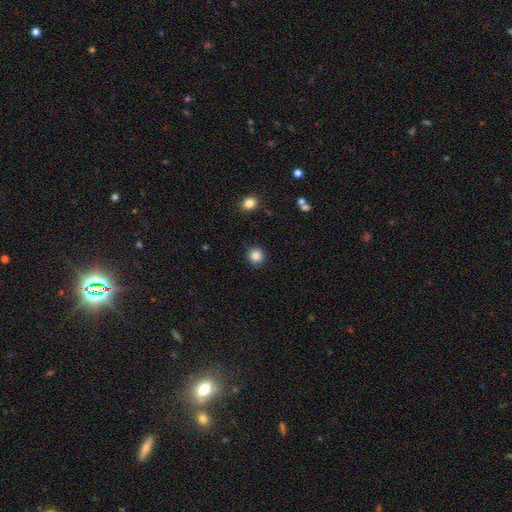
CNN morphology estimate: This is clearly a smooth galaxy (85%). How rounded: clearly round (91%). Merging: clearly none (89%).